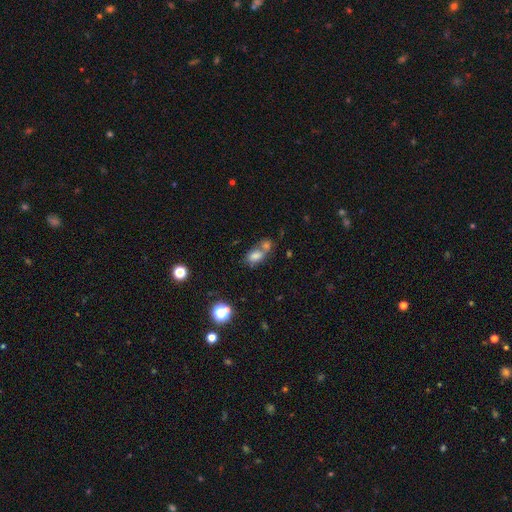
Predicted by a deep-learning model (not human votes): Morphology: type=smooth (73%); roundness=in between (76%); merging=merger (55%).